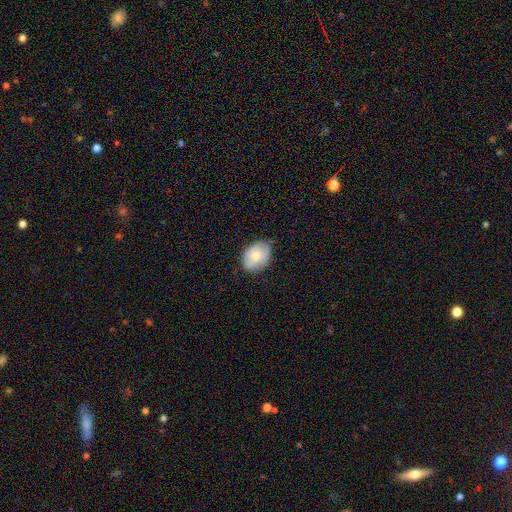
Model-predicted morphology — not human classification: smooth-or-featured: smooth: 70% | featured or disk: 23% | star or artifact: 7%
  how-rounded: in between: 74% | round: 25% | cigar-shaped: 1%
  merging: none: 72% | minor disturbance: 23% | major disturbance: 4% | merger: 1%